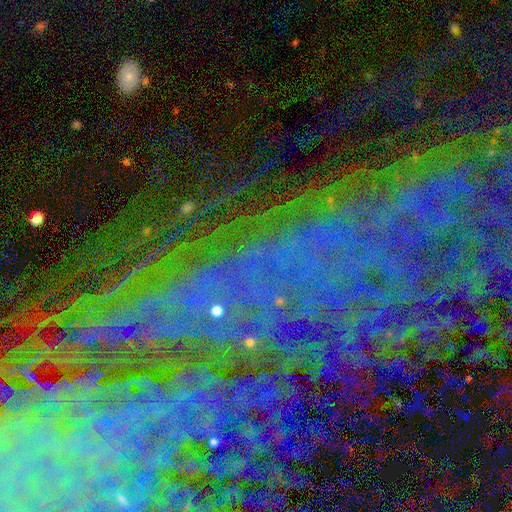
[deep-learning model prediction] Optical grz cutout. It shows a star or artifact, not a galaxy (75%).